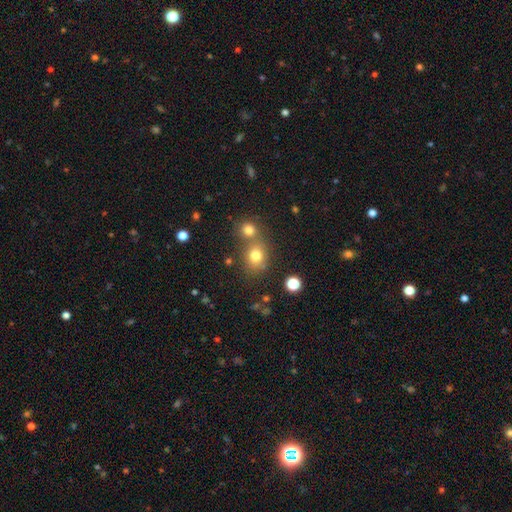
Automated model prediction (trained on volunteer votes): Overall: smooth (76%). How rounded: round (69%; in between 30%). Merging: none (54%; merger 33%).